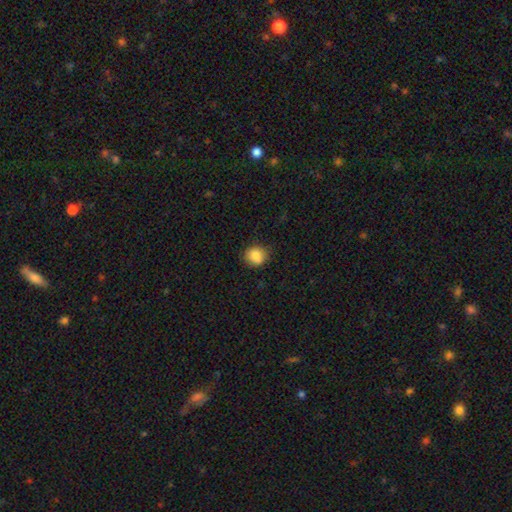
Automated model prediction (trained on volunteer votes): Smooth or featured?
  - smooth: 84% *
  - star or artifact: 9%
  - featured or disk: 6%
How rounded?
  - round: 81% *
  - in between: 18%
  - cigar-shaped: 1%
Merging?
  - none: 76% *
  - minor disturbance: 17%
  - merger: 4%
  - major disturbance: 3%